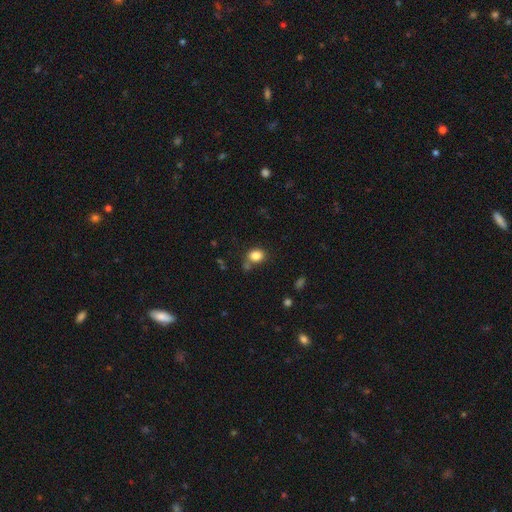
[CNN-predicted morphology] A smooth galaxy with no disk features (84%) that is round (55%). Merging: none (68%).